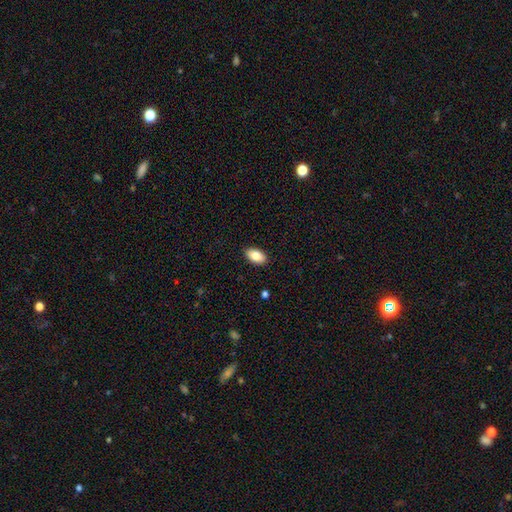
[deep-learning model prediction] This appears to be a smooth galaxy with no disk features (85%) that is in between round and cigar-shaped (94%). Merging: none (89%).